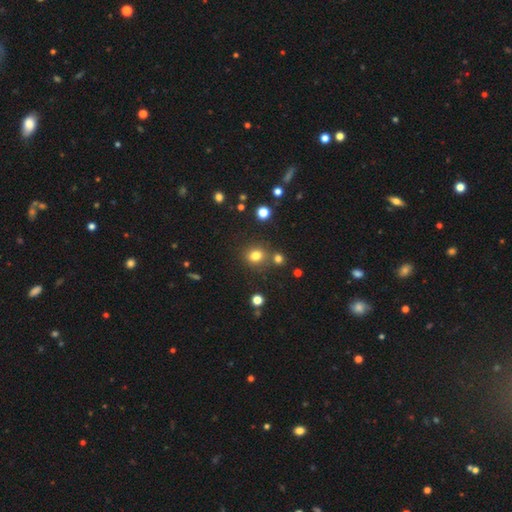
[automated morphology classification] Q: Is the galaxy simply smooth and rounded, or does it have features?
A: smooth — 79%.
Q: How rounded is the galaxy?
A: round — 78%.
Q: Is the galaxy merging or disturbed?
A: none — 76%.